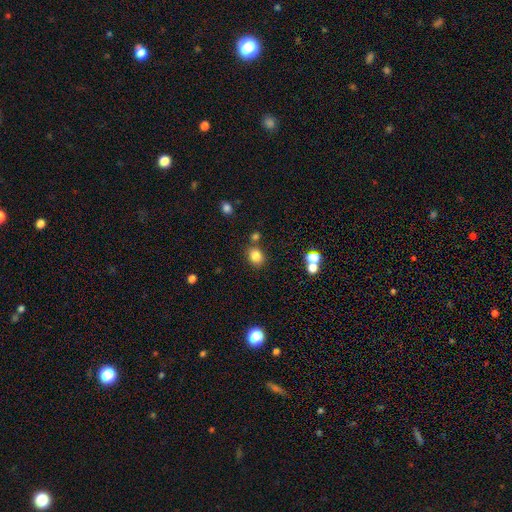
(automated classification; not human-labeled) Smooth or featured? smooth (81%)
How rounded? round (59%)
Merging? none (75%)